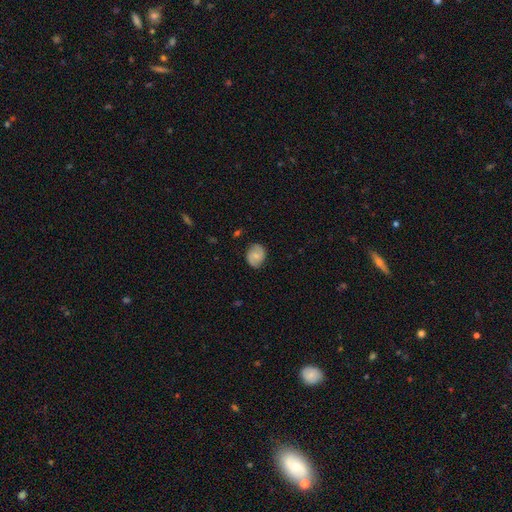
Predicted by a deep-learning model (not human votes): Smooth or featured?
  - featured or disk: 47% *
  - smooth: 46%
  - star or artifact: 7%
Merging?
  - none: 79% *
  - minor disturbance: 16%
  - major disturbance: 3%
  - merger: 1%